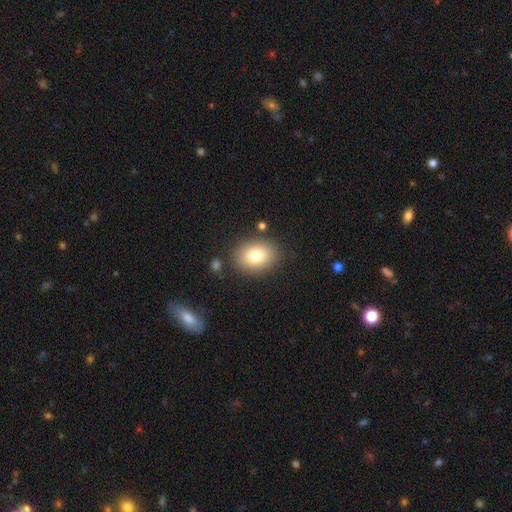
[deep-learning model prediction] Overall: smooth (79%). How rounded: in between (63%; round 36%). Merging: none (84%).